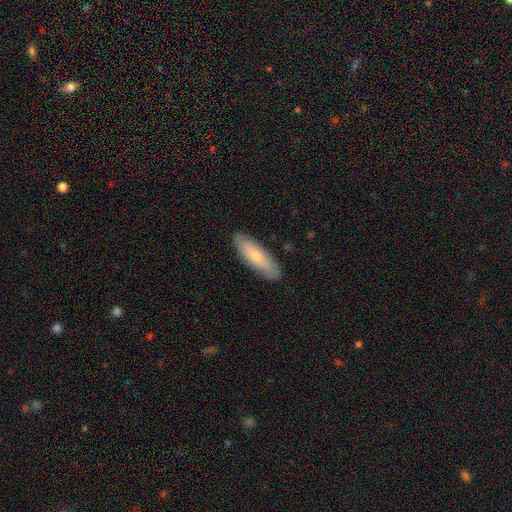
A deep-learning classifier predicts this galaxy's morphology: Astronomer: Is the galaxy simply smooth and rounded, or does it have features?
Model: smooth — 66%.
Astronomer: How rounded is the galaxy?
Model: cigar-shaped — 53% (runner-up: in between, 45%).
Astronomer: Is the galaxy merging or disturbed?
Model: none — 88%.